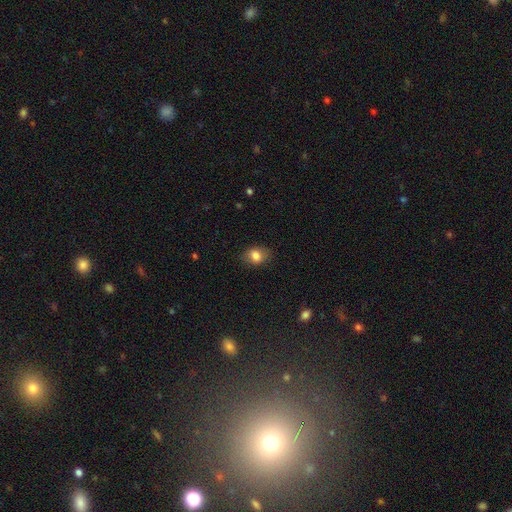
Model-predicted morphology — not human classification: Smooth or featured? Predicted: smooth (p=0.82). How rounded? Predicted: in between (p=0.64). Merging? Predicted: none (p=0.82).